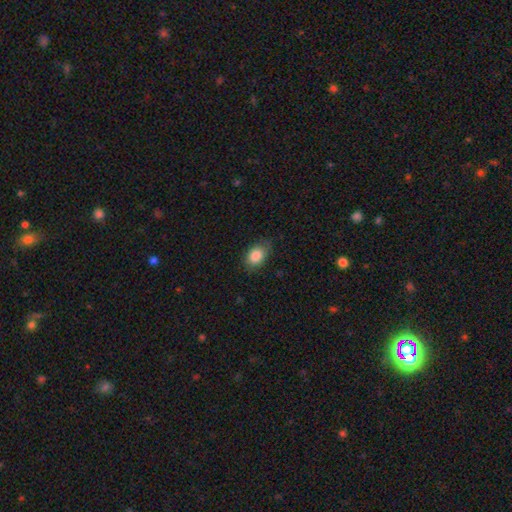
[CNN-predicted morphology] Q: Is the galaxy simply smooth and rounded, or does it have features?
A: smooth — 86%.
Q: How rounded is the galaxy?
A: in between — 82%.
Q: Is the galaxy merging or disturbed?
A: none — 75%.